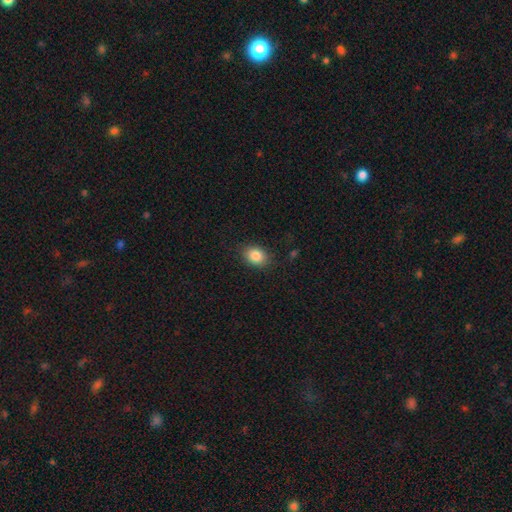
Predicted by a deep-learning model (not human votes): Smooth or featured? smooth (85%)
How rounded? in between (64%)
Merging? none (85%)